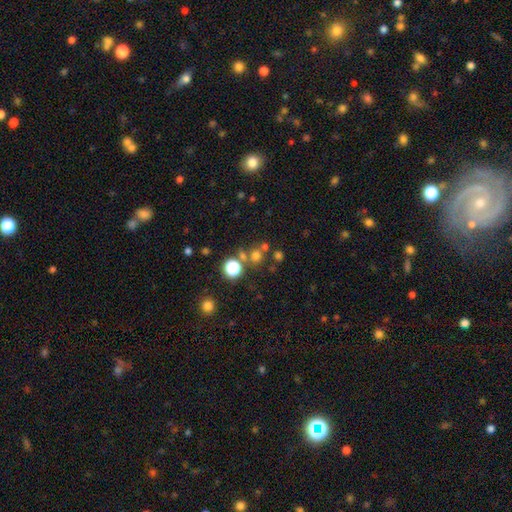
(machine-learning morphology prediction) This is likely a smooth galaxy (62%). How rounded: clearly round (91%). Merging: likely none (69%).